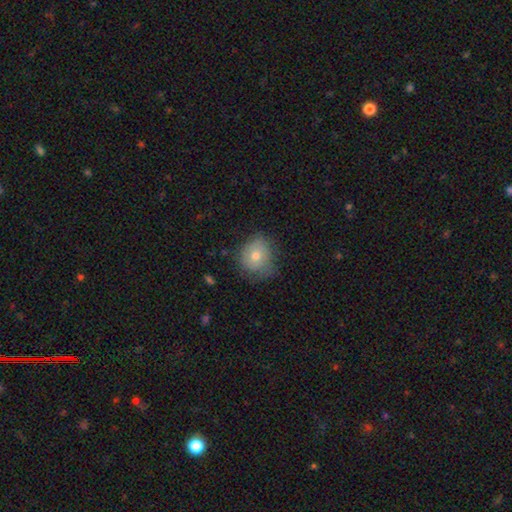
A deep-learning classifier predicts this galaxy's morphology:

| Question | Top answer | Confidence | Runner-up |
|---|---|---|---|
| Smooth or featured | smooth | 74% | featured or disk (17%) |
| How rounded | round | 72% | in between (28%) |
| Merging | none | 60% | minor disturbance (29%) |